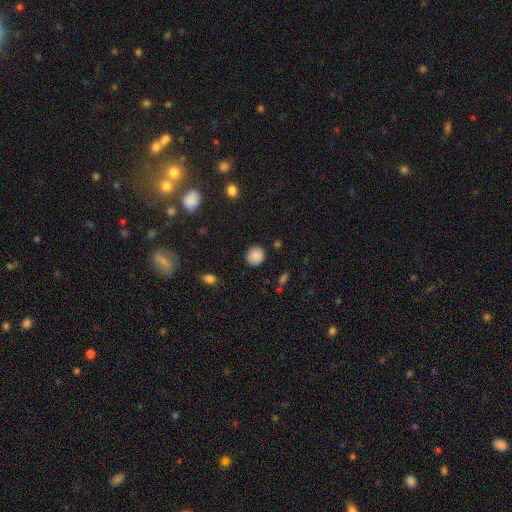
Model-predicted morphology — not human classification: Smooth or featured?
  - smooth: 85% *
  - star or artifact: 9%
  - featured or disk: 6%
How rounded?
  - round: 84% *
  - in between: 15%
  - cigar-shaped: 1%
Merging?
  - none: 85% *
  - minor disturbance: 11%
  - major disturbance: 3%
  - merger: 1%